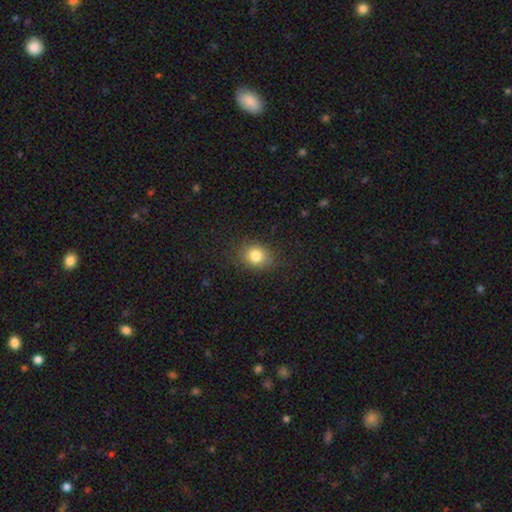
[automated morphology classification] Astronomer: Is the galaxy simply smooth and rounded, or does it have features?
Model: smooth — 82%.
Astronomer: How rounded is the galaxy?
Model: round — 59% (runner-up: in between, 40%).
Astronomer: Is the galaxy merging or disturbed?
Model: none — 83%.